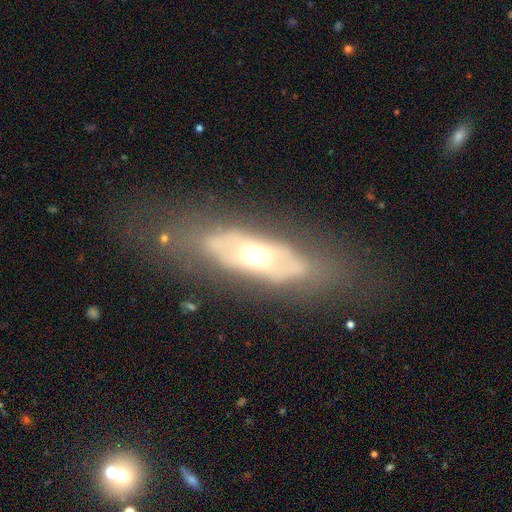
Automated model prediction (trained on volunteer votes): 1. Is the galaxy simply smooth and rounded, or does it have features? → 66% featured or disk, 26% smooth, 7% star or artifact.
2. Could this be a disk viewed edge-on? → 74% no, 26% yes.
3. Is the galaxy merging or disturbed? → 65% none, 18% minor disturbance, 15% major disturbance, 2% merger.